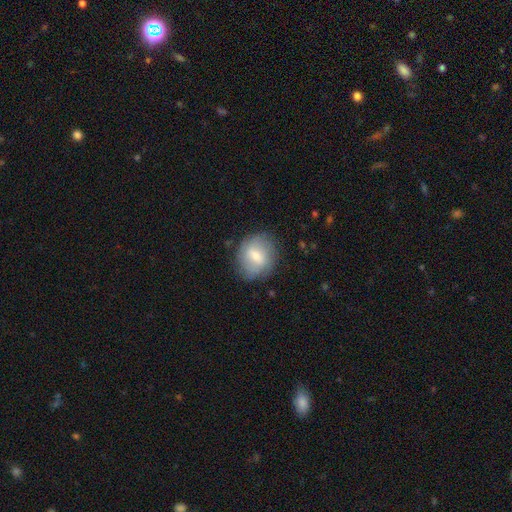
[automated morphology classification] Smooth or featured?
  - smooth: 62% *
  - featured or disk: 30%
  - star or artifact: 7%
How rounded?
  - round: 64% *
  - in between: 35%
  - cigar-shaped: 1%
Merging?
  - none: 75% *
  - minor disturbance: 18%
  - major disturbance: 6%
  - merger: 1%